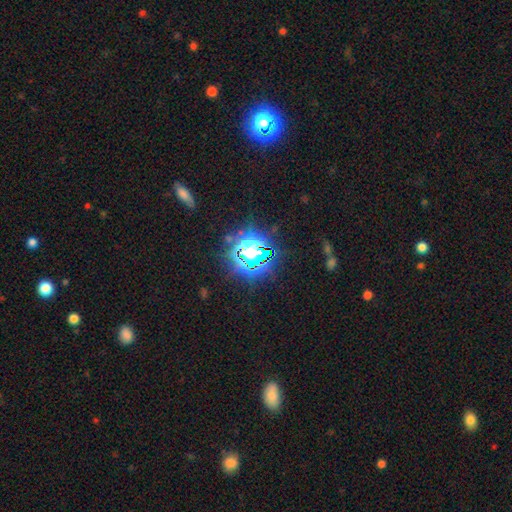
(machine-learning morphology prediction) Q: Smooth or featured?
A: star or artifact (76%); runner-up: smooth (14%)